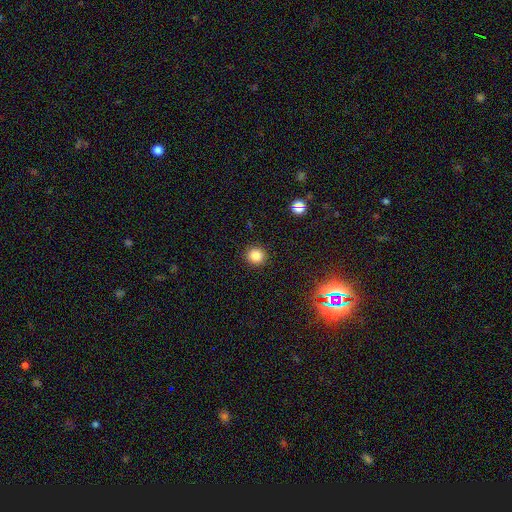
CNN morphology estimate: type=smooth (84%); roundness=round (90%); merging=none (92%).